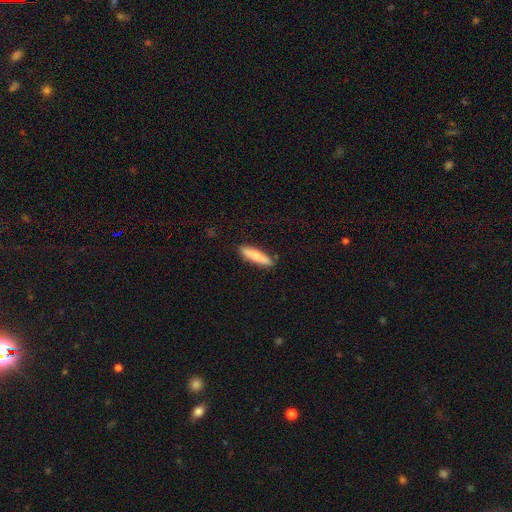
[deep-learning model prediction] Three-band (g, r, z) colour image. It shows a smooth galaxy with no disk features (78%) that is cigar-shaped (80%). Merging: none (88%).